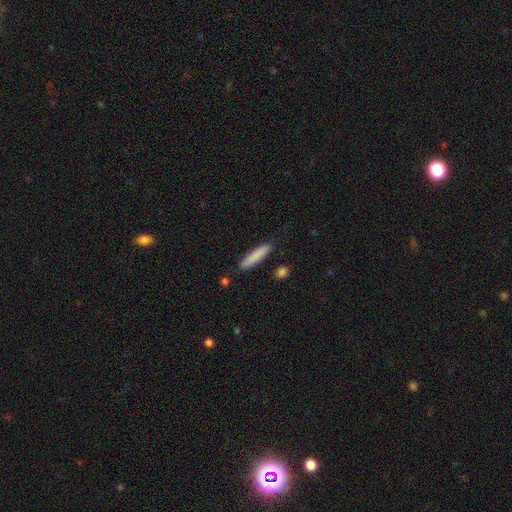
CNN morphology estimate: type=smooth (84%); roundness=cigar-shaped (87%); merging=none (86%).